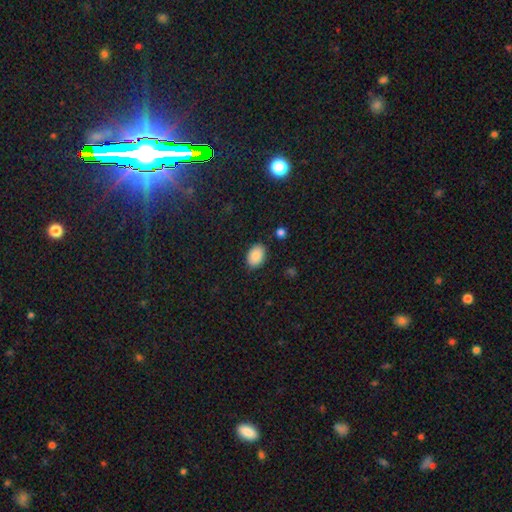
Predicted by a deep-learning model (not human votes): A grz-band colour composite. It shows a smooth galaxy with no disk features (88%) that is in between round and cigar-shaped (86%). Merging: none (87%).